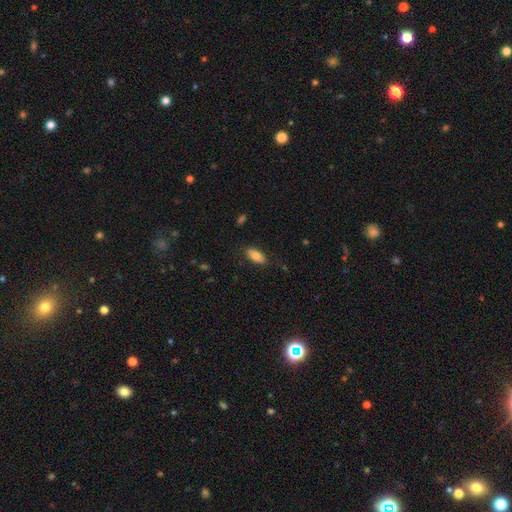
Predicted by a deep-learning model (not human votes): Smooth or featured? smooth (80%)
How rounded? in between (89%)
Merging? none (82%)